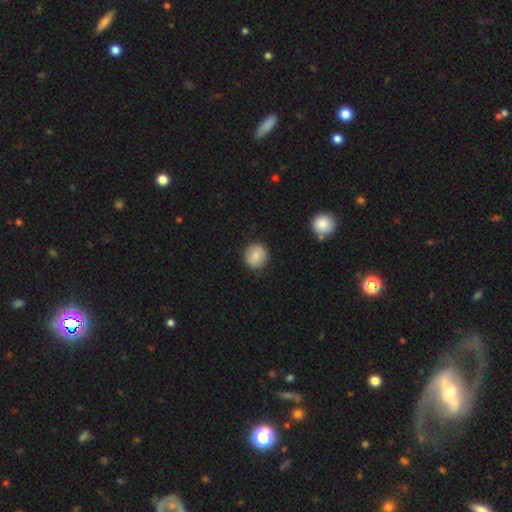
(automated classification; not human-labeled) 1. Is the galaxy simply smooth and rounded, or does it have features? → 82% smooth, 11% featured or disk, 8% star or artifact.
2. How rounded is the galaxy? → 89% round, 10% in between, 1% cigar-shaped.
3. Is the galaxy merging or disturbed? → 88% none, 8% minor disturbance, 2% major disturbance, 1% merger.